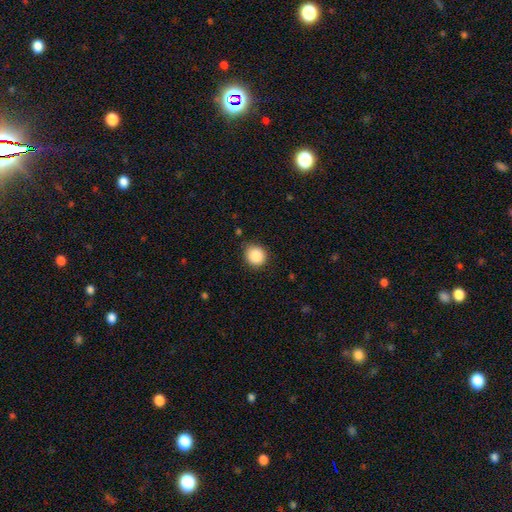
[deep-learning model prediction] Smooth or featured? smooth (88%)
How rounded? round (85%)
Merging? none (82%)